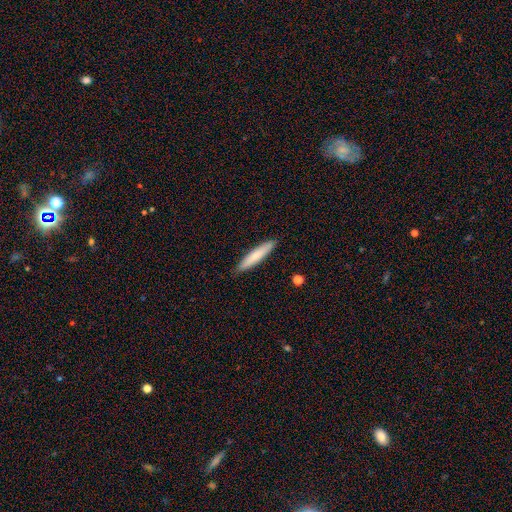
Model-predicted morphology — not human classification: smooth_or_featured: smooth (p=0.74) [alt: featured or disk p=0.21]
how_rounded: cigar-shaped (p=0.90) [alt: in between p=0.09]
merging: none (p=0.89) [alt: minor disturbance p=0.08]